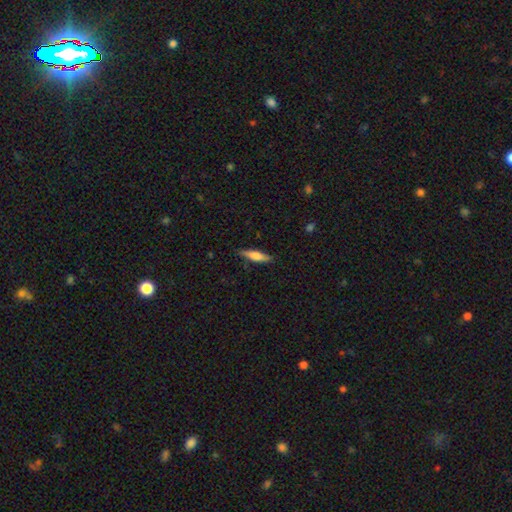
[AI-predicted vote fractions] A smooth galaxy with no disk features (59%) that is cigar-shaped (76%).

Vote fractions:
- Smooth or featured? smooth: 59% / featured or disk: 35% / star or artifact: 6%
- How rounded? cigar-shaped: 76% / in between: 22% / round: 2%
- Merging? none: 85% / minor disturbance: 11% / major disturbance: 2% / merger: 1%